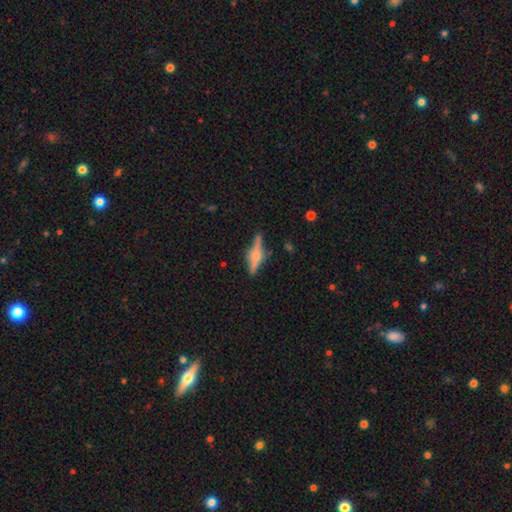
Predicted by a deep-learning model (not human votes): The model was most divided on "smooth or featured": featured or disk: 63%, smooth: 29%, star or artifact: 8%. More confident: edge-on disk — yes (95%); edge-on bulge — rounded (82%); merging — none (80%).